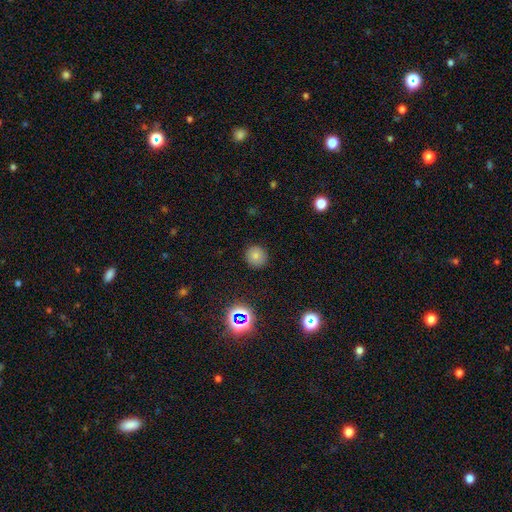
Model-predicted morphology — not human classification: This is likely a smooth galaxy (74%). How rounded: clearly round (92%). Merging: clearly none (89%).